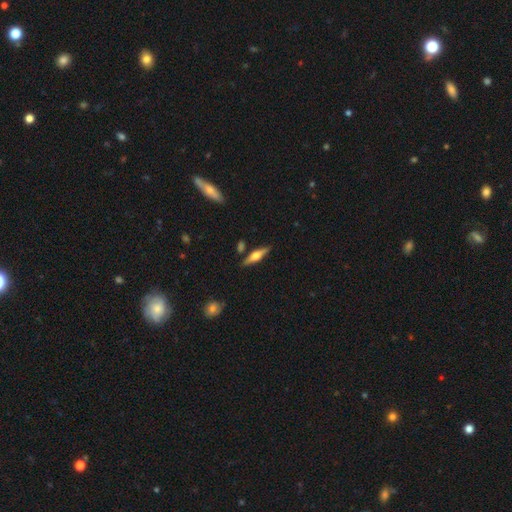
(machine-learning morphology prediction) Smooth or featured? featured or disk (61%)
Edge-on disk? yes (96%)
Edge-on bulge? rounded (90%)
Merging? none (85%)